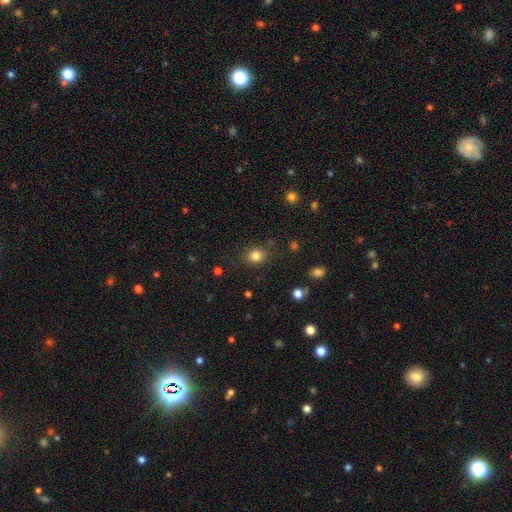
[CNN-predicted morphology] The model was most divided on "how rounded": round: 67%, in between: 32%, cigar-shaped: 1%. More confident: smooth or featured — smooth (82%); merging — none (82%).